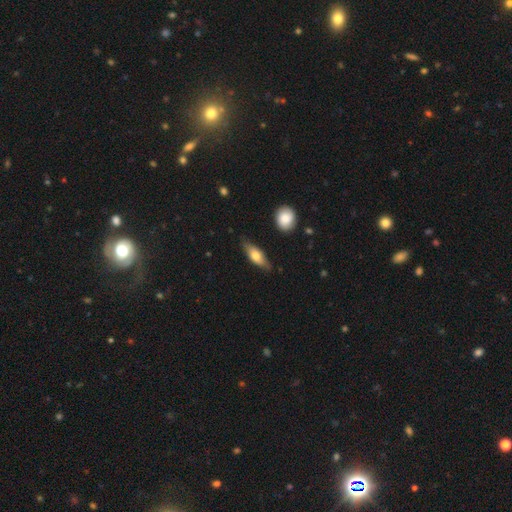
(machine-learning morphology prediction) Q: Smooth or featured?
A: smooth (66%); runner-up: featured or disk (28%)
Q: How rounded?
A: in between (68%); runner-up: cigar-shaped (28%)
Q: Merging?
A: none (76%); runner-up: minor disturbance (18%)